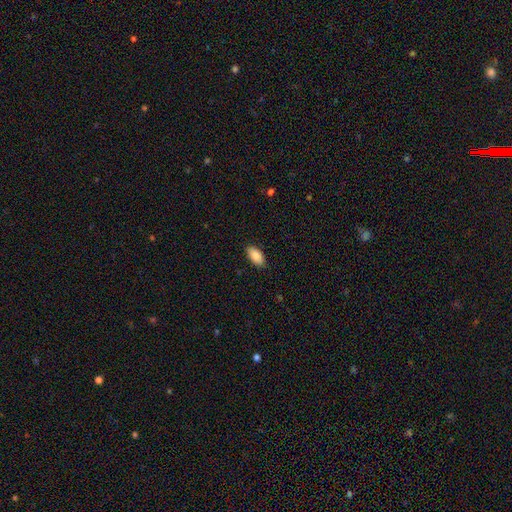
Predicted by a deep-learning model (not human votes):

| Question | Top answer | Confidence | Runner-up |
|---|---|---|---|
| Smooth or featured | smooth | 87% | featured or disk (7%) |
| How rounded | in between | 94% | cigar-shaped (3%) |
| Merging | none | 86% | minor disturbance (11%) |